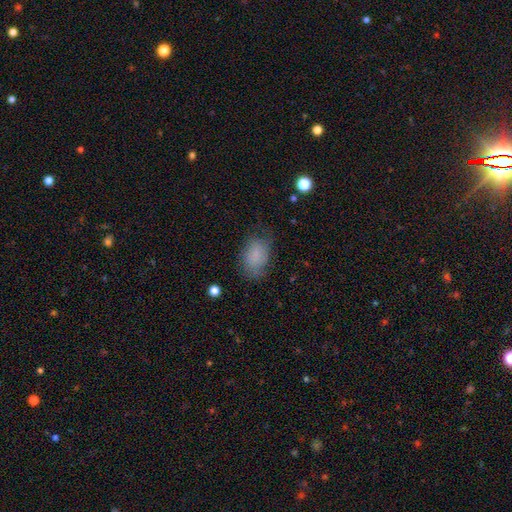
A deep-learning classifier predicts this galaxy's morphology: This is likely a smooth galaxy (77%). How rounded: clearly in between (85%). Merging: likely none (63%).